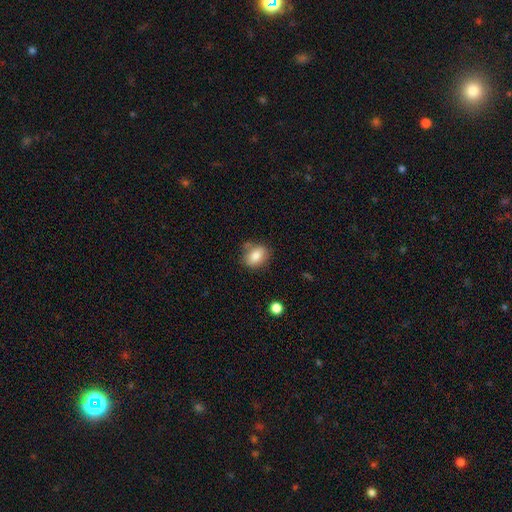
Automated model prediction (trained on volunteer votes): Smooth or featured: smooth — 81% (featured or disk — 11%)
How rounded: in between — 62% (round — 36%)
Merging: none — 69% (minor disturbance — 20%)